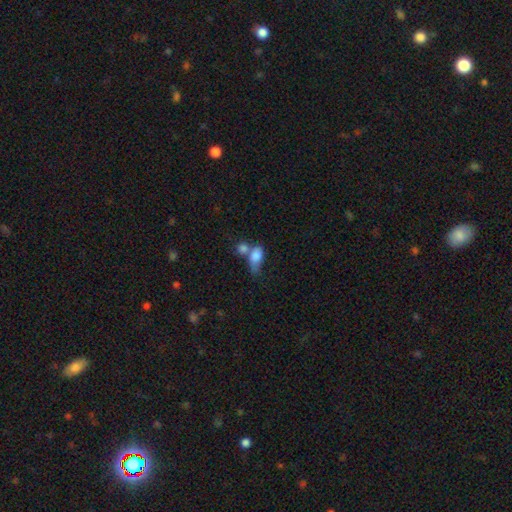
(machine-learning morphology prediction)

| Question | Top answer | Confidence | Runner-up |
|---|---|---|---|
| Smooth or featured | smooth | 79% | featured or disk (13%) |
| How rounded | in between | 81% | round (14%) |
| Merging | merger | 56% | none (19%) |